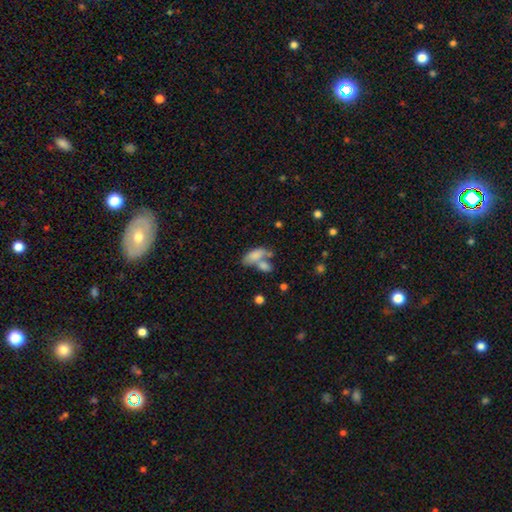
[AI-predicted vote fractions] Smooth or featured: smooth — 77% (featured or disk — 14%)
How rounded: in between — 83% (cigar-shaped — 12%)
Merging: merger — 49% (none — 31%)